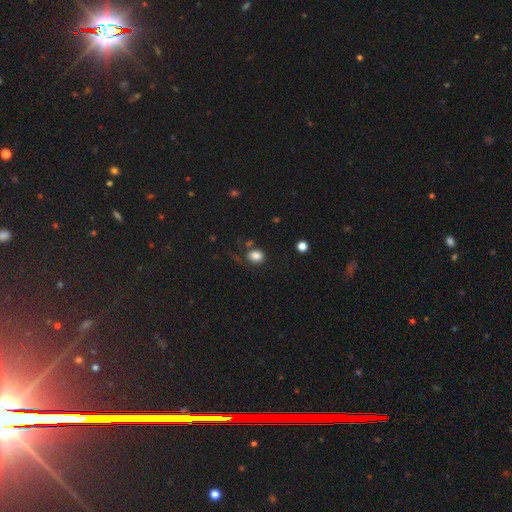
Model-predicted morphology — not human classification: Smooth or featured? smooth (83%)
How rounded? in between (50%)
Merging? none (65%)